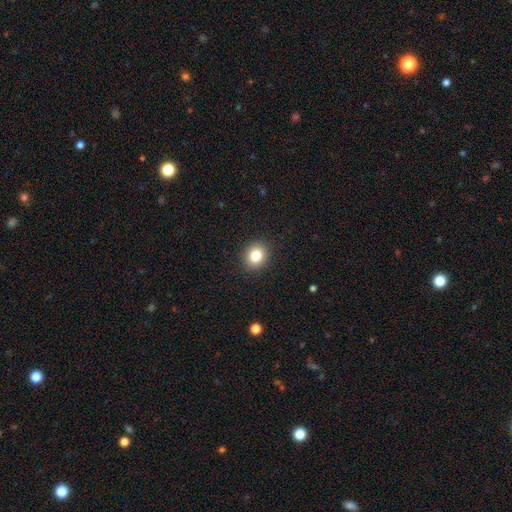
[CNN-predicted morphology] The model was most divided on "how rounded": round: 75%, in between: 25%, cigar-shaped: 1%. More confident: merging — none (91%); smooth or featured — smooth (82%).